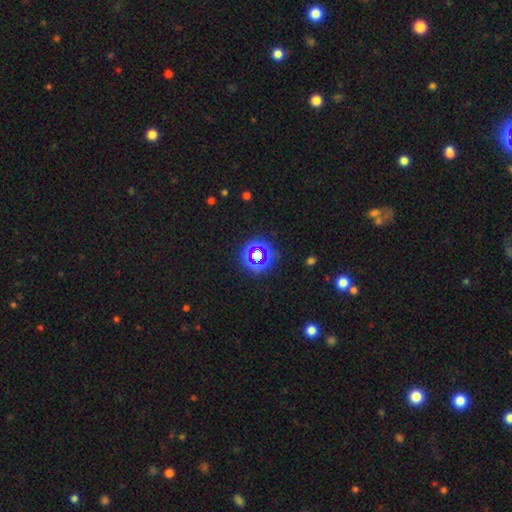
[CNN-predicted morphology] This is likely a star or artifact rather than a galaxy (61%).